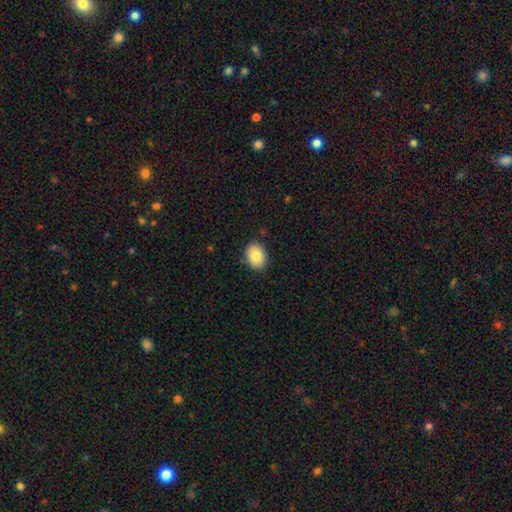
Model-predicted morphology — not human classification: smooth-or-featured: smooth: 83% | featured or disk: 9% | star or artifact: 8%
  how-rounded: in between: 60% | round: 39% | cigar-shaped: 1%
  merging: none: 85% | minor disturbance: 11% | major disturbance: 2% | merger: 1%